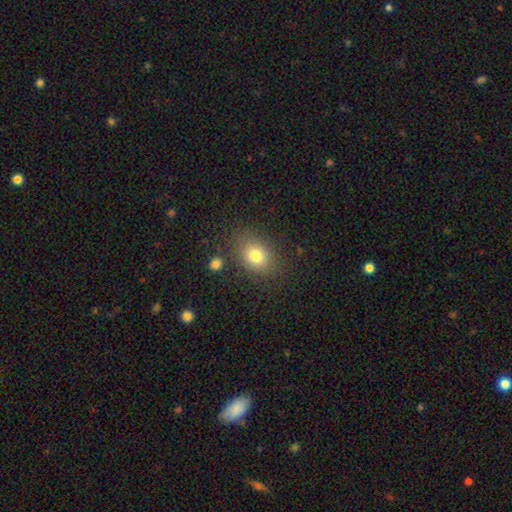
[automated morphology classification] This is likely a smooth galaxy (78%). How rounded: possibly in between (60%). Merging: clearly none (80%).